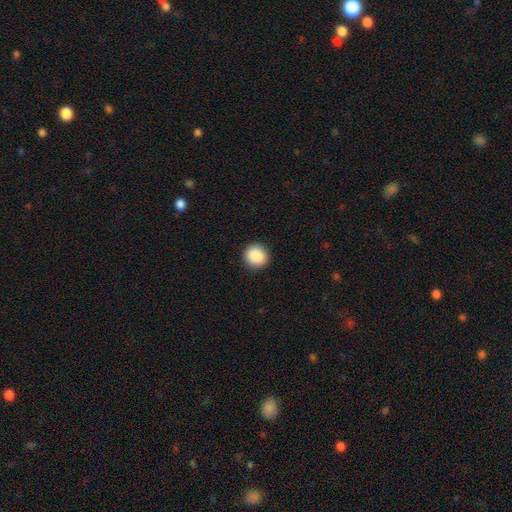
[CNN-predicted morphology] Smooth or featured? smooth (89%)
How rounded? round (91%)
Merging? none (92%)